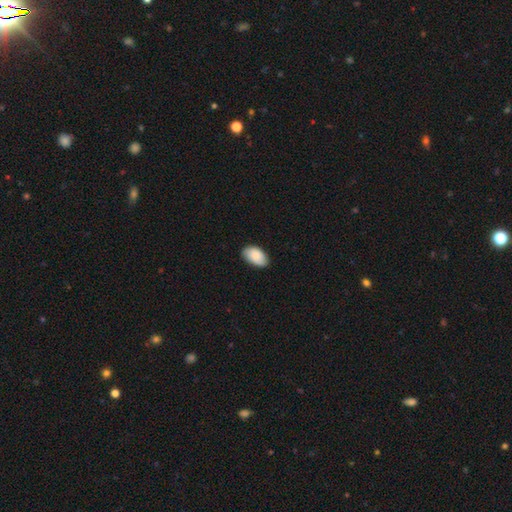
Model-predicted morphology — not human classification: A smooth galaxy with no disk features (87%) that is in between round and cigar-shaped (95%).

Vote fractions:
- Smooth or featured? smooth: 87% / featured or disk: 7% / star or artifact: 6%
- How rounded? in between: 95% / round: 4% / cigar-shaped: 1%
- Merging? none: 82% / minor disturbance: 14% / major disturbance: 2% / merger: 1%